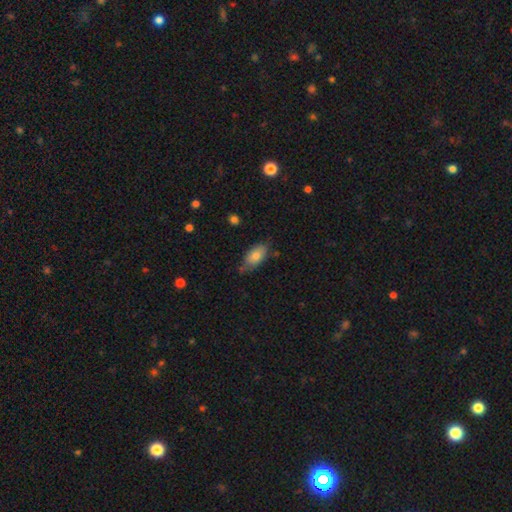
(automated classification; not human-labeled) Smooth or featured? smooth (79%)
How rounded? in between (92%)
Merging? none (66%)